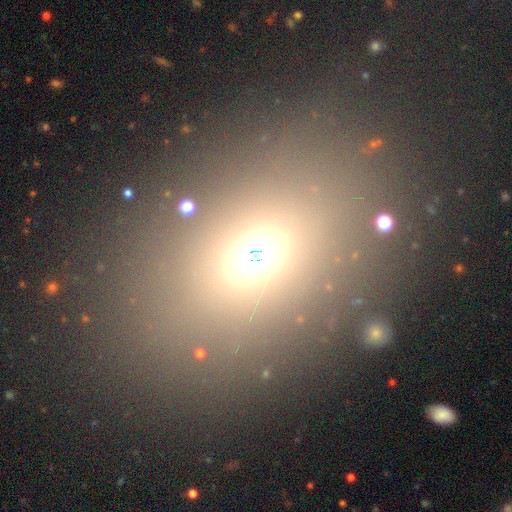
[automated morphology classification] A smooth galaxy with no disk features (62%) that is in between round and cigar-shaped (67%).

Vote fractions:
- Smooth or featured? smooth: 62% / star or artifact: 26% / featured or disk: 12%
- How rounded? in between: 67% / round: 31% / cigar-shaped: 3%
- Merging? none: 79% / minor disturbance: 10% / major disturbance: 7% / merger: 4%